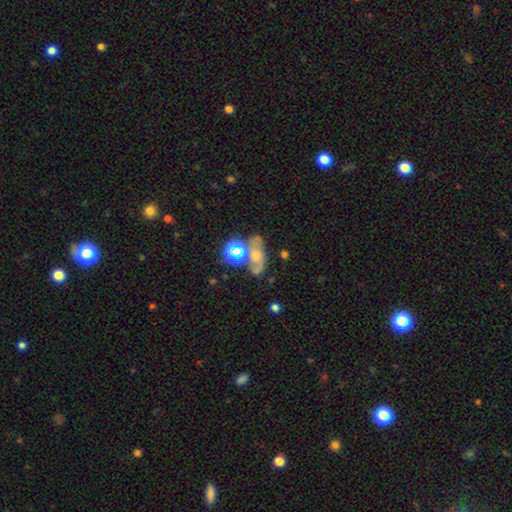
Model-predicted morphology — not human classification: smooth_or_featured: featured or disk (p=0.44) [alt: smooth p=0.33]
merging: none (p=0.49) [alt: merger p=0.25]